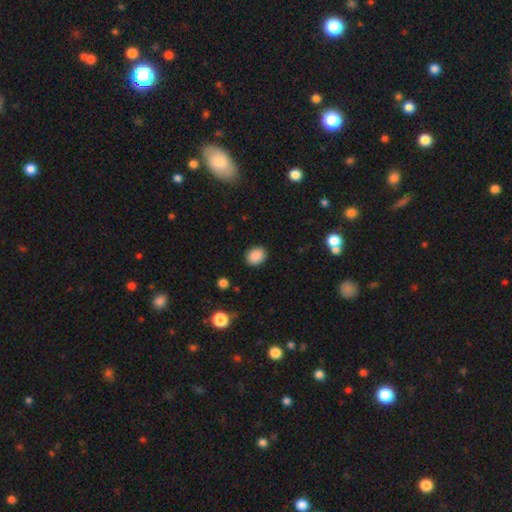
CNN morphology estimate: smooth-or-featured: smooth: 88% | star or artifact: 9% | featured or disk: 3%
  how-rounded: in between: 54% | round: 45% | cigar-shaped: 1%
  merging: none: 88% | minor disturbance: 8% | major disturbance: 2% | merger: 1%